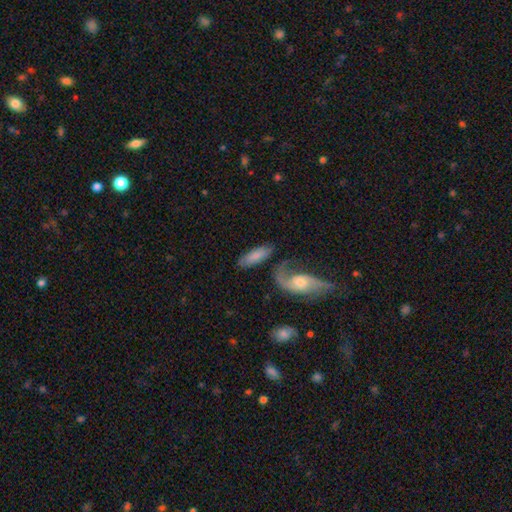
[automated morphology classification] The model was most divided on "how rounded": in between: 68%, cigar-shaped: 29%, round: 3%. More confident: smooth or featured — smooth (70%); merging — none (60%).